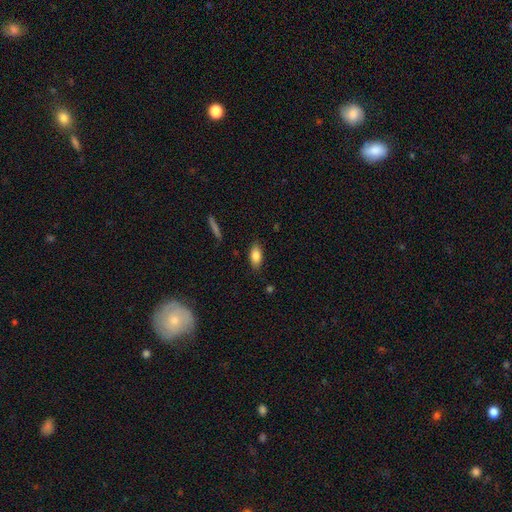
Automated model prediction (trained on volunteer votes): Morphology: type=smooth (84%); roundness=in between (87%); merging=none (84%).